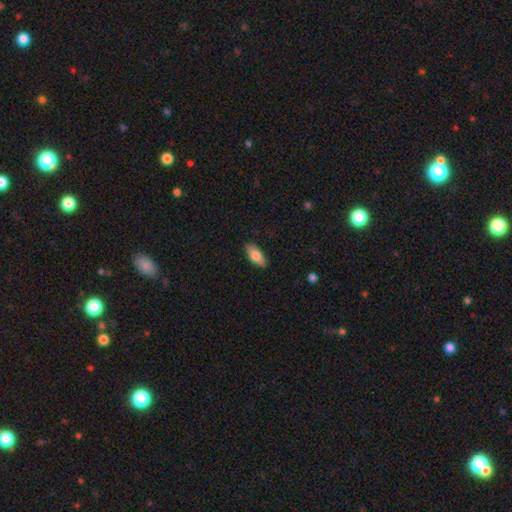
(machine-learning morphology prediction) Smooth or featured: smooth — 76% (featured or disk — 18%)
How rounded: in between — 86% (cigar-shaped — 11%)
Merging: none — 84% (minor disturbance — 13%)